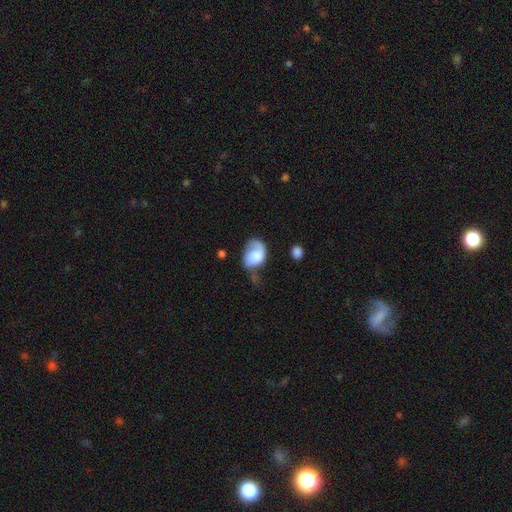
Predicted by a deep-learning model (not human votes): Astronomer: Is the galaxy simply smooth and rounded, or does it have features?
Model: smooth — 49% (runner-up: featured or disk, 43%).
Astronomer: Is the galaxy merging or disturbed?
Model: major disturbance — 36% (runner-up: none, 30%).